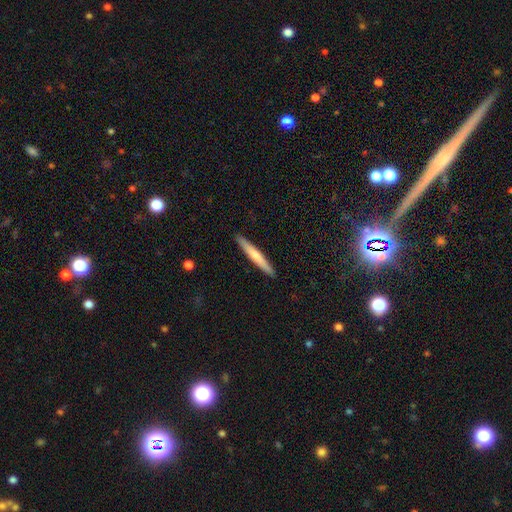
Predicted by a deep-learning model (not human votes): Overall: smooth (58%; featured or disk 37%). How rounded: cigar-shaped (96%). Merging: none (92%).